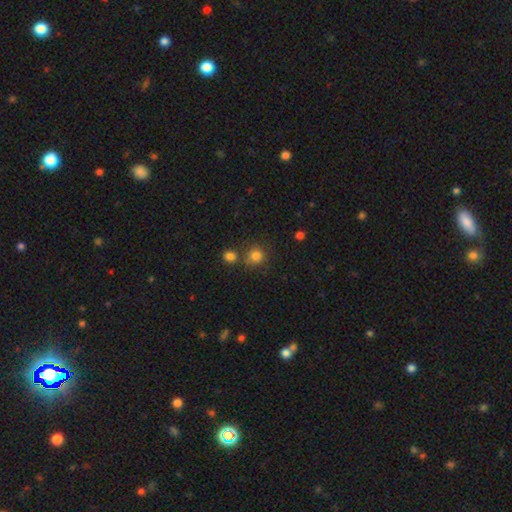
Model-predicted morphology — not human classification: This appears to be a smooth galaxy with no disk features (80%) that is round (90%). Merging: none (70%).